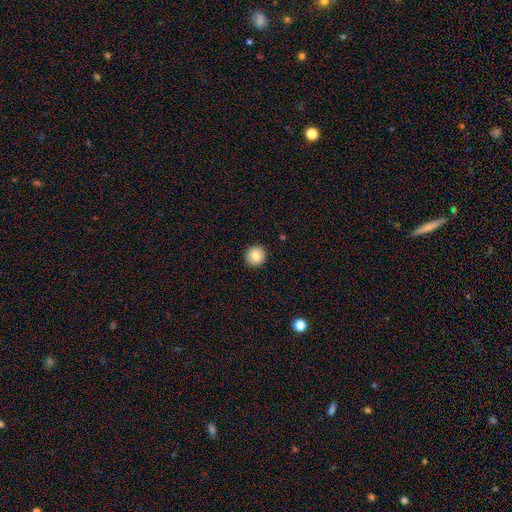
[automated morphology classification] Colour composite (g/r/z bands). It shows a smooth galaxy with no disk features (84%) that is round (93%). Merging: none (92%).